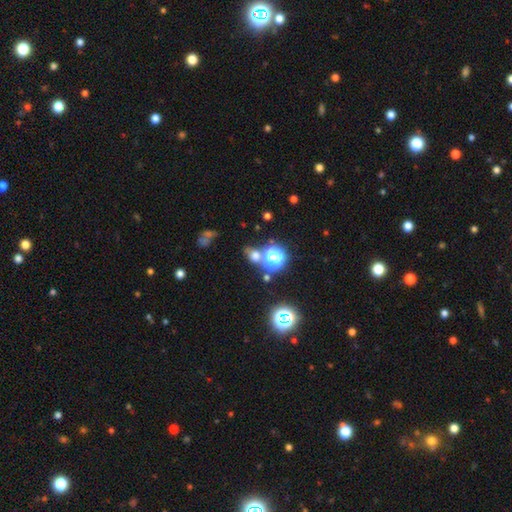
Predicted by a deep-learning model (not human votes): Morphology: type=smooth (56%); roundness=round (64%); merging=none (61%).